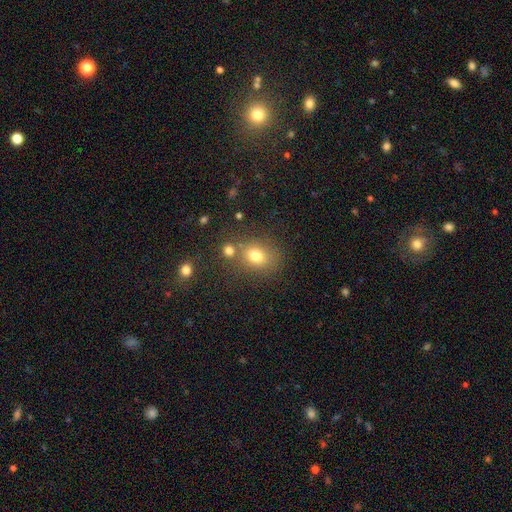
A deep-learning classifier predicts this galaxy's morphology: Q: Smooth or featured?
A: smooth (75%); runner-up: star or artifact (14%)
Q: How rounded?
A: round (52%); runner-up: in between (47%)
Q: Merging?
A: none (66%); runner-up: merger (16%)